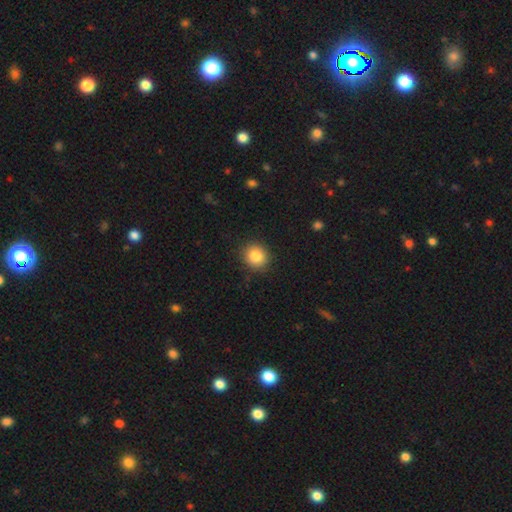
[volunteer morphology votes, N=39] A smooth galaxy with no disk features (85%) that is round (94%).

Vote fractions:
- Smooth or featured? smooth: 85% / star or artifact: 10% / featured or disk: 5%
- How rounded? round: 94% / in between: 6% / cigar-shaped: 0%
- Merging? none: 89% / minor disturbance: 11% / major disturbance: 0% / merger: 0%